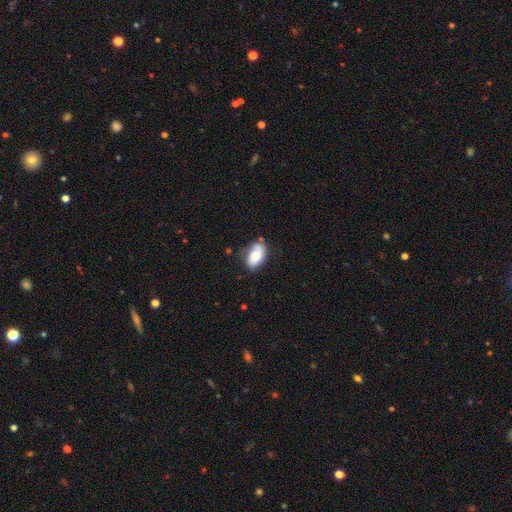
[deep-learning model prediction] Q: Smooth or featured?
A: smooth (74%); runner-up: featured or disk (18%)
Q: How rounded?
A: in between (92%); runner-up: round (5%)
Q: Merging?
A: none (62%); runner-up: minor disturbance (27%)